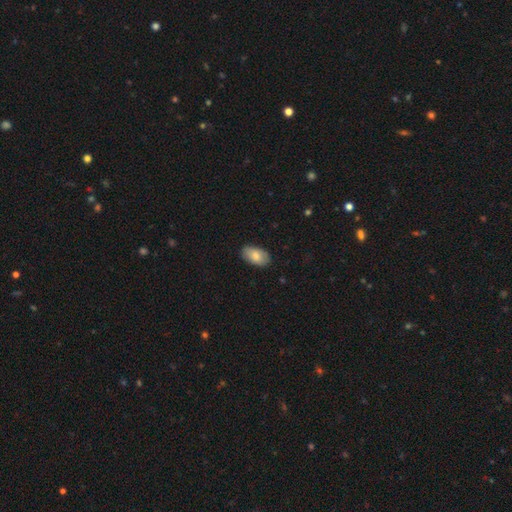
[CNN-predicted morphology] This appears to be a smooth galaxy with no disk features (82%) that is in between round and cigar-shaped (94%). Merging: none (84%).